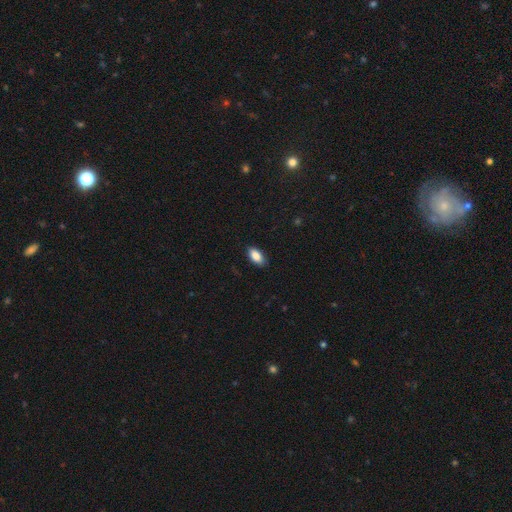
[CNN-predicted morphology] Q: Smooth or featured?
A: smooth (88%); runner-up: star or artifact (7%)
Q: How rounded?
A: in between (92%); runner-up: cigar-shaped (4%)
Q: Merging?
A: none (86%); runner-up: minor disturbance (11%)